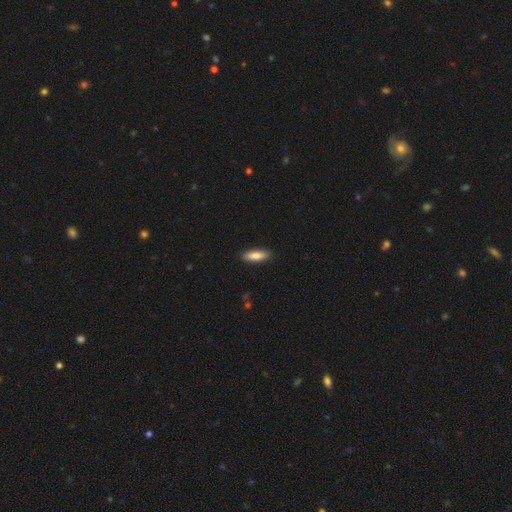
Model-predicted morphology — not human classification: type=smooth (82%); roundness=cigar-shaped (51%); merging=none (89%).